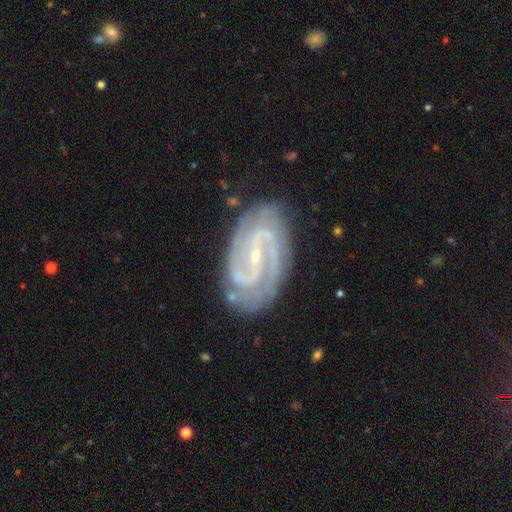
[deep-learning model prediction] A featured or disk galaxy (92%) with a weak bar (42%), 2 (77%) medium (46%) spiral arms (98%) and a small central bulge (83%). Merging: none (80%).